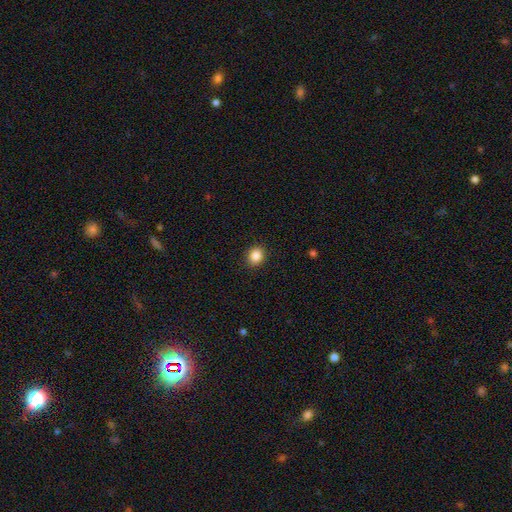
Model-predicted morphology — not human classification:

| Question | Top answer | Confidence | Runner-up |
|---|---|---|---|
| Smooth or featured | smooth | 86% | star or artifact (10%) |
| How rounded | round | 72% | in between (27%) |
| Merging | none | 91% | minor disturbance (6%) |